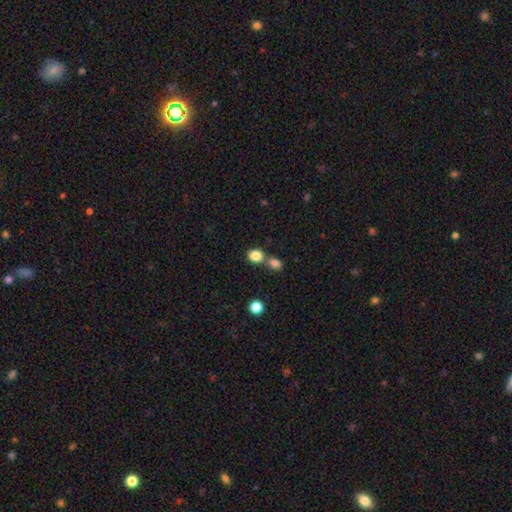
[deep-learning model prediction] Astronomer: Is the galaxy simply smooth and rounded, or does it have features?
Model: smooth — 84%.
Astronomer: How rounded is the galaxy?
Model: round — 59% (runner-up: in between, 40%).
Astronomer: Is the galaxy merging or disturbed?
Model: none — 49% (runner-up: merger, 39%).